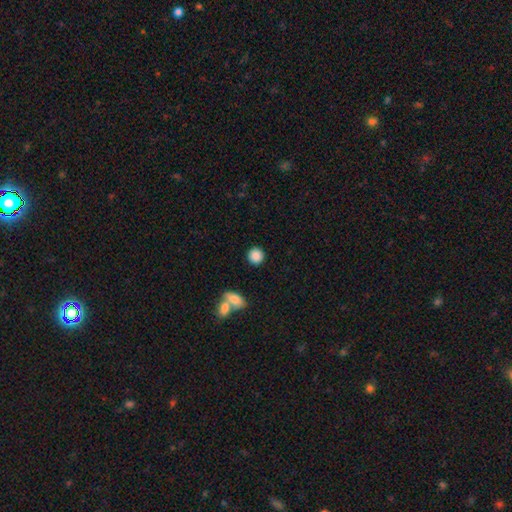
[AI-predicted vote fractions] smooth_or_featured: smooth (p=0.87) [alt: star or artifact p=0.08]
how_rounded: round (p=0.89) [alt: in between p=0.10]
merging: none (p=0.83) [alt: merger p=0.07]